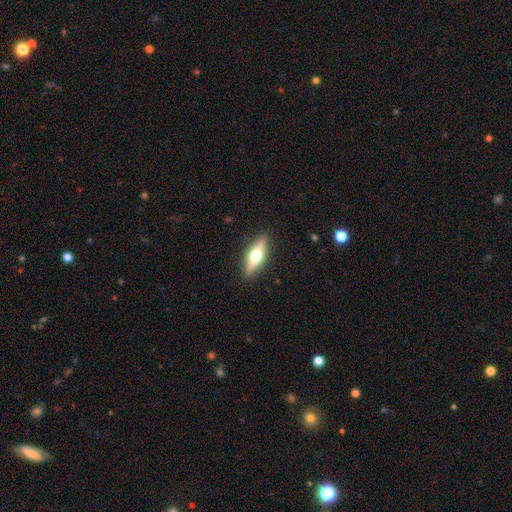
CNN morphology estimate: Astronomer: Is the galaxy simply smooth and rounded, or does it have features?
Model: featured or disk — 56% (runner-up: smooth, 38%).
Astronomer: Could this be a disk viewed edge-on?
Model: yes — 93%.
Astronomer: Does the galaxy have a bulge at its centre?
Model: rounded — 95%.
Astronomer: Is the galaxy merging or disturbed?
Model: none — 89%.